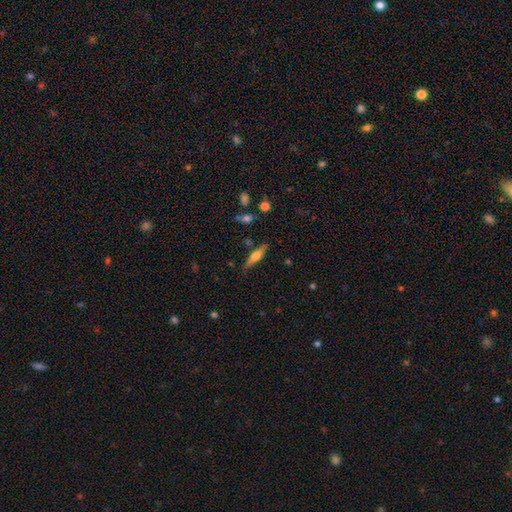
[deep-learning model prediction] Q: Smooth or featured?
A: featured or disk (47%); runner-up: smooth (46%)
Q: Merging?
A: none (80%); runner-up: minor disturbance (14%)